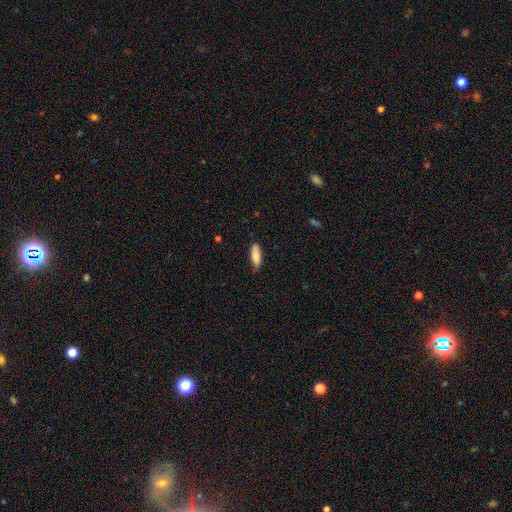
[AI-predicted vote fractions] Morphology: type=smooth (87%); roundness=in between (63%); merging=none (77%).